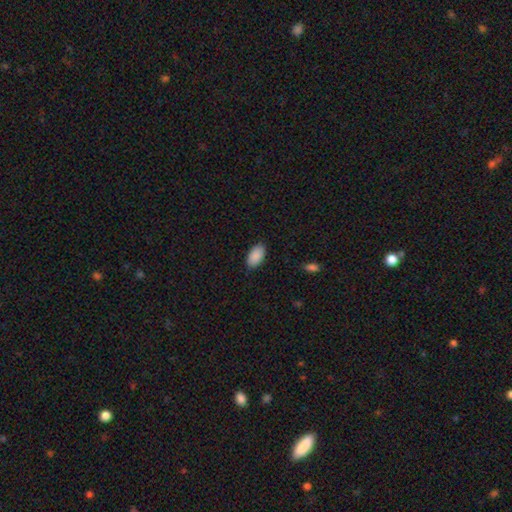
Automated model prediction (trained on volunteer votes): Smooth or featured?
  - smooth: 90% *
  - star or artifact: 6%
  - featured or disk: 3%
How rounded?
  - in between: 95% *
  - round: 3%
  - cigar-shaped: 2%
Merging?
  - none: 85% *
  - minor disturbance: 11%
  - major disturbance: 2%
  - merger: 1%